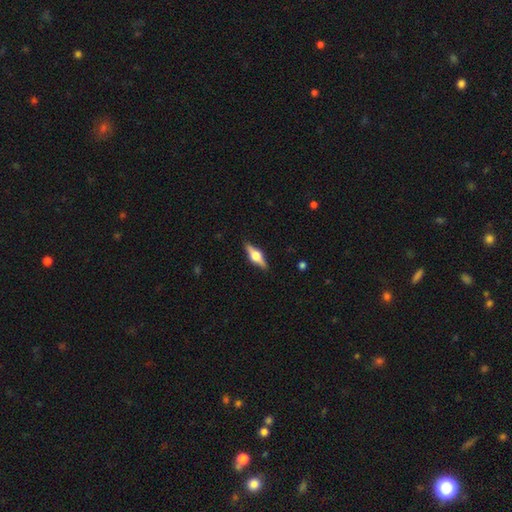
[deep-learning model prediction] Smooth or featured? featured or disk (73%)
Edge-on disk? yes (97%)
Edge-on bulge? rounded (94%)
Merging? none (89%)